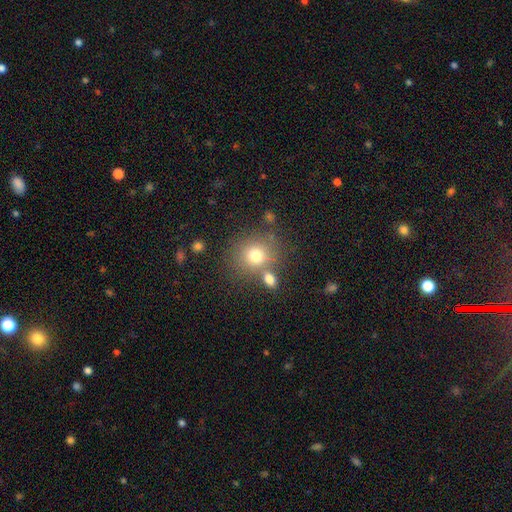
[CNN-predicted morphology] The model was most divided on "merging": none: 65%, merger: 18%, minor disturbance: 12%, major disturbance: 5%. More confident: how rounded — round (79%); smooth or featured — smooth (75%).